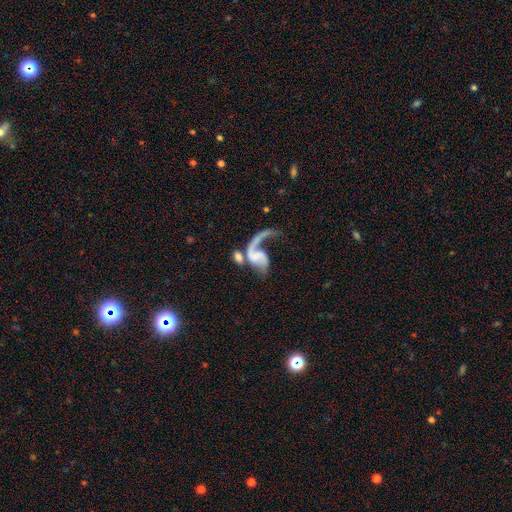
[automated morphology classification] Smooth or featured?
  - featured or disk: 76% *
  - smooth: 16%
  - star or artifact: 8%
Edge-on disk?
  - no: 97% *
  - yes: 3%
Bar?
  - no: 54% *
  - weak: 32%
  - strong: 14%
Spiral arms?
  - yes: 86% *
  - no: 14%
Spiral winding?
  - loose: 82% *
  - medium: 15%
  - tight: 4%
Spiral arm count?
  - 2: 50% *
  - 1: 46%
  - can't tell: 2%
  - 3: 1%
  - 4: 1%
  - more than 4: 1%
Bulge size?
  - none: 47% *
  - small: 32%
  - moderate: 14%
  - large: 5%
  - dominant: 2%
Merging?
  - major disturbance: 34% *
  - merger: 33%
  - none: 23%
  - minor disturbance: 10%